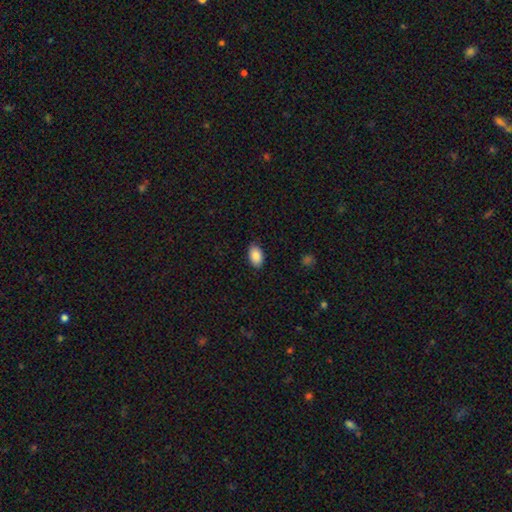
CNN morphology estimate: The model was most divided on "merging": none: 88%, minor disturbance: 9%, major disturbance: 2%, merger: 1%. More confident: how rounded — in between (93%); smooth or featured — smooth (88%).